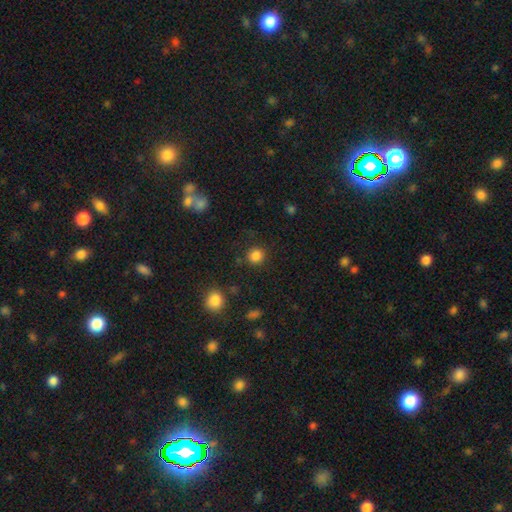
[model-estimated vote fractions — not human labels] smooth_or_featured: smooth (p=0.84) [alt: star or artifact p=0.12]
how_rounded: round (p=0.88) [alt: in between p=0.11]
merging: none (p=0.86) [alt: minor disturbance p=0.08]